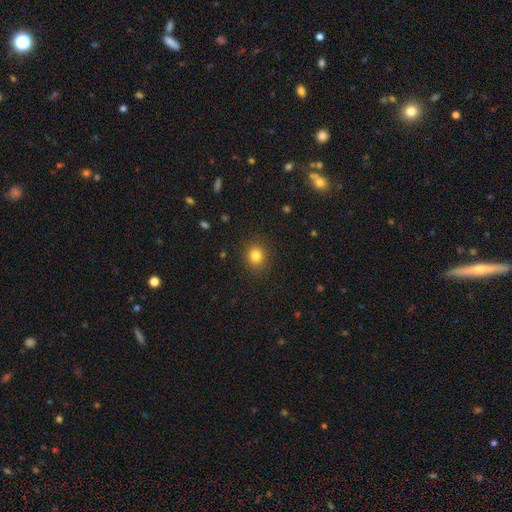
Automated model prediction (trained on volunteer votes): A smooth galaxy with no disk features (83%) that is round (83%). Merging: none (89%).